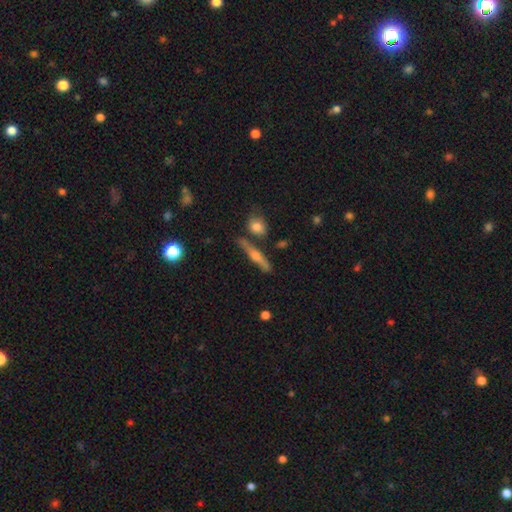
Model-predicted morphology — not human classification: smooth_or_featured: featured or disk (p=0.59) [alt: smooth p=0.34]
disk_edge_on: yes (p=0.95) [alt: no p=0.05]
edge_on_bulge: rounded (p=0.85) [alt: none p=0.09]
merging: none (p=0.77) [alt: minor disturbance p=0.11]